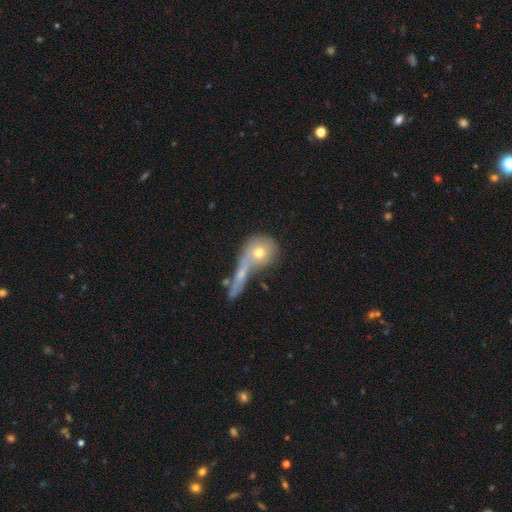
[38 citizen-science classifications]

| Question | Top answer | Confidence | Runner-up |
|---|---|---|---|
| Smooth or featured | smooth | 61% | featured or disk (32%) |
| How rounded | round | 74% | in between (17%) |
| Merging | merger | 54% | none (26%) |